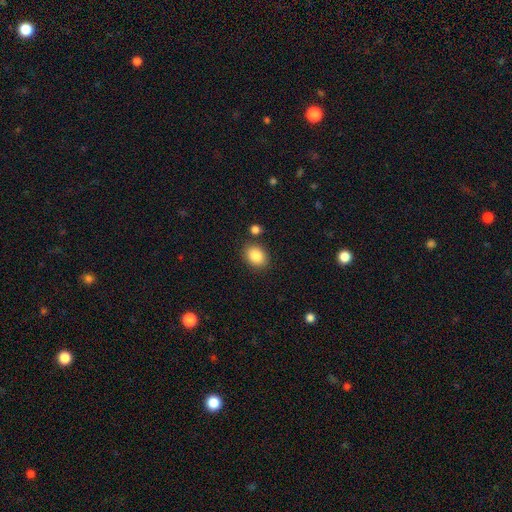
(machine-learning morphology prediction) Smooth or featured? Predicted: smooth (p=0.87). How rounded? Predicted: in between (p=0.61). Merging? Predicted: none (p=0.83).